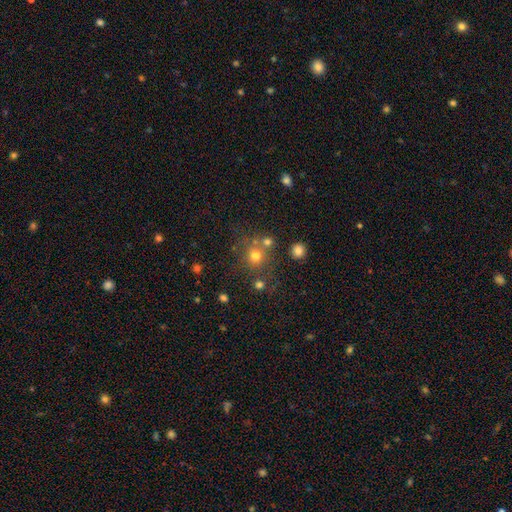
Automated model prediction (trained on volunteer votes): This is likely a smooth galaxy (72%). How rounded: clearly round (88%). Merging: likely none (68%).